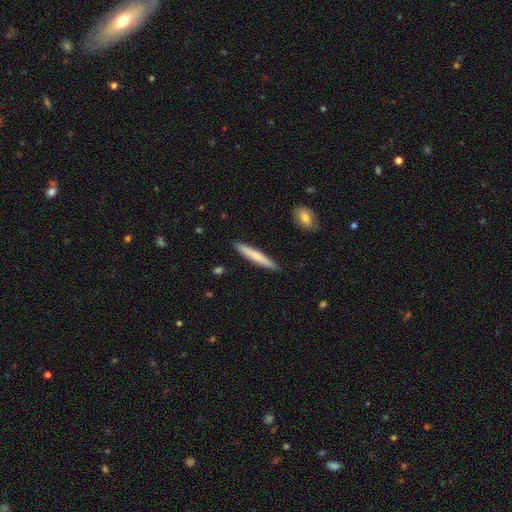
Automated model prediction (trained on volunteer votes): This appears to be a smooth galaxy with no disk features (70%) that is cigar-shaped (95%). Merging: none (91%).